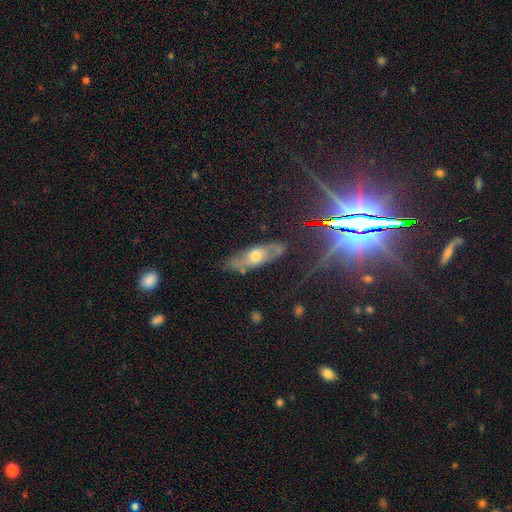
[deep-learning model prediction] Morphology: type=featured or disk (54%); edge-on=no (64%); merging=none (75%).